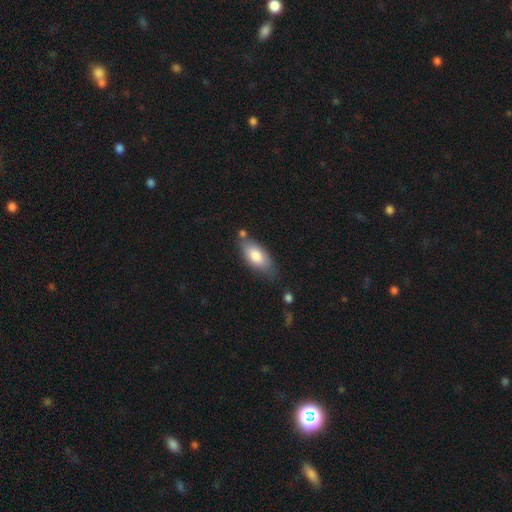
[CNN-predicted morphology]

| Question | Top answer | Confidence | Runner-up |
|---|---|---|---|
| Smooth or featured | smooth | 79% | featured or disk (15%) |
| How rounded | in between | 85% | cigar-shaped (12%) |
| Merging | none | 66% | minor disturbance (21%) |